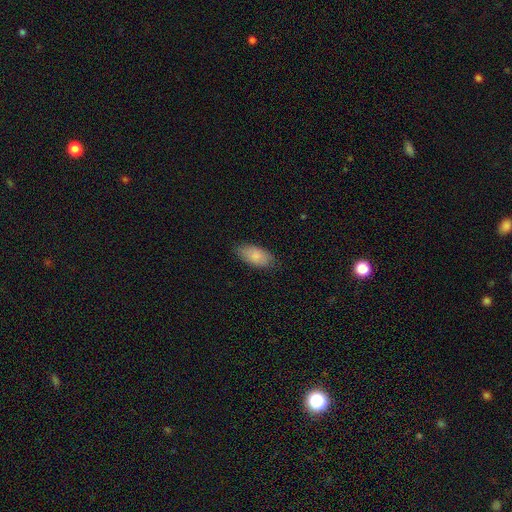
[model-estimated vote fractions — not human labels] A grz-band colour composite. It shows a smooth galaxy with no disk features (84%) that is in between round and cigar-shaped (92%). Merging: none (81%).